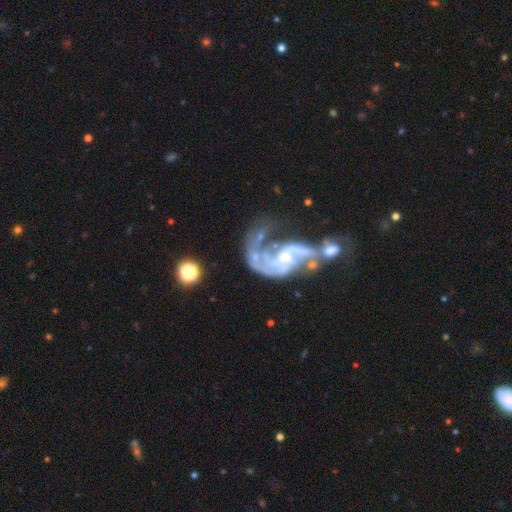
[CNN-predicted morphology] smooth_or_featured: featured or disk (p=0.87) [alt: star or artifact p=0.07]
disk_edge_on: no (p=0.98) [alt: yes p=0.02]
bar: no (p=0.46) [alt: weak p=0.39]
has_spiral_arms: yes (p=0.92) [alt: no p=0.08]
spiral_winding: loose (p=0.60) [alt: medium p=0.31]
spiral_arm_count: 2 (p=0.59) [alt: 3 p=0.13]
bulge_size: small (p=0.63) [alt: moderate p=0.19]
merging: major disturbance (p=0.34) [alt: merger p=0.27]